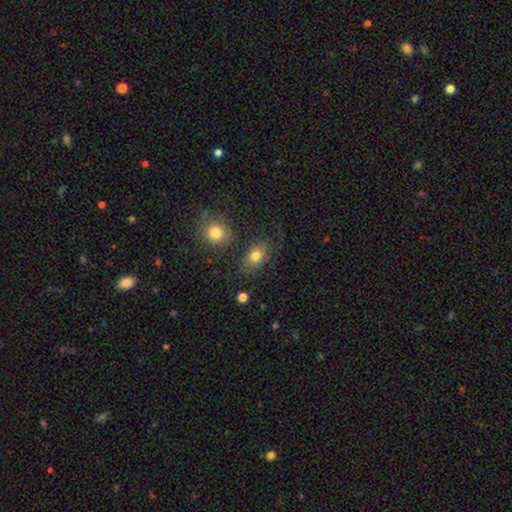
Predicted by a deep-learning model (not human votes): The model was most divided on "how rounded": in between: 71%, round: 27%, cigar-shaped: 2%. More confident: smooth or featured — smooth (74%); merging — none (64%).